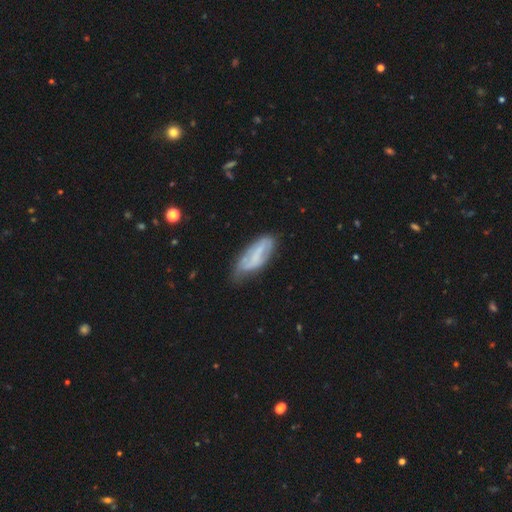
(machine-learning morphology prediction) This appears to be a featured or disk galaxy (50%). Merging: none (54%).